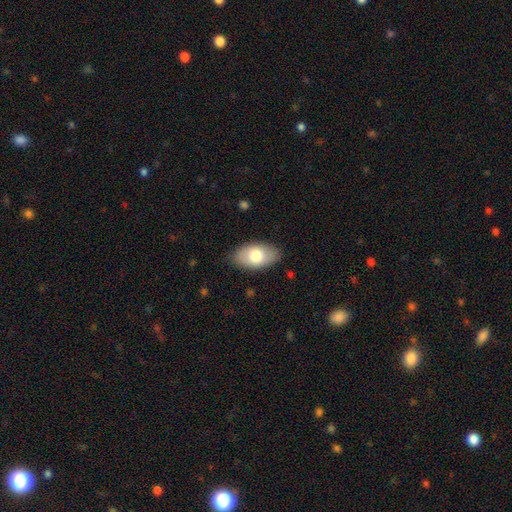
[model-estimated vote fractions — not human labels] This is likely a smooth galaxy (75%). How rounded: clearly in between (94%). Merging: clearly none (85%).